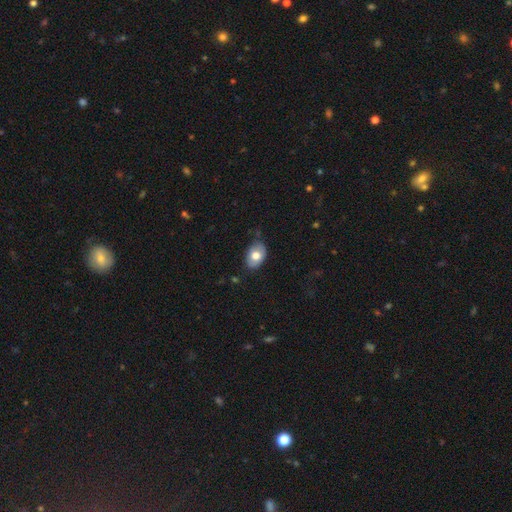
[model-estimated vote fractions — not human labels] Smooth or featured? Predicted: smooth (p=0.71). How rounded? Predicted: in between (p=0.86). Merging? Predicted: none (p=0.76).